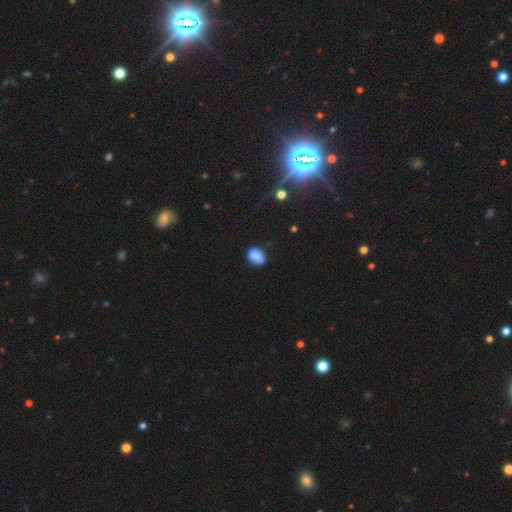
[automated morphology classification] This appears to be a smooth galaxy with no disk features (85%) that is in between round and cigar-shaped (67%). Merging: none (75%).